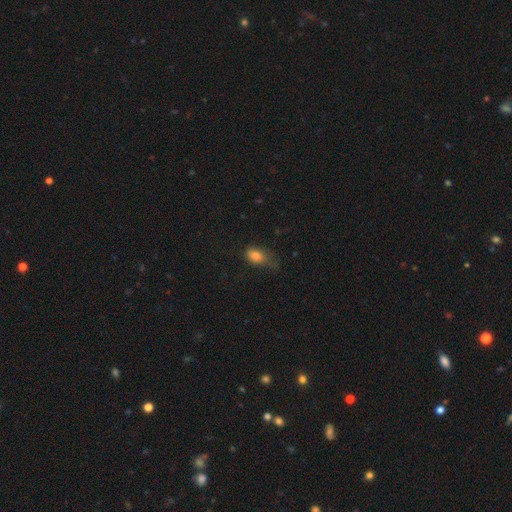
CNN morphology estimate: smooth-or-featured: smooth: 80% | star or artifact: 11% | featured or disk: 9%
  how-rounded: in between: 83% | round: 14% | cigar-shaped: 3%
  merging: none: 43% | minor disturbance: 36% | major disturbance: 19% | merger: 2%